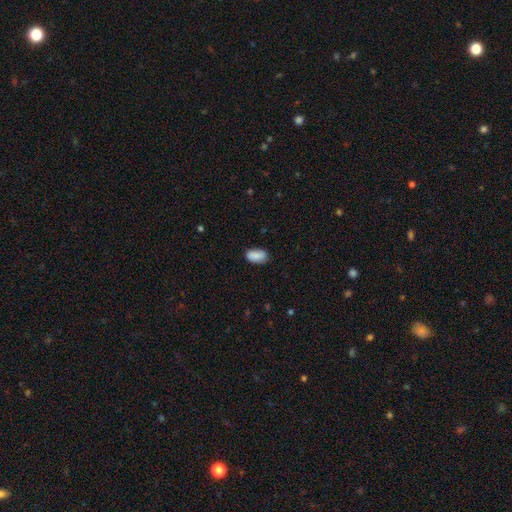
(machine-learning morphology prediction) smooth 87%, star or artifact 7%, featured or disk 6%. Down the decision tree: how rounded — in between (93%); merging — none (78%).